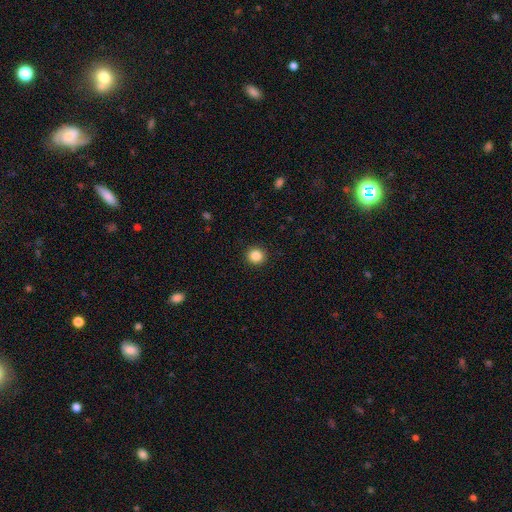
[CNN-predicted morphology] This is clearly a smooth galaxy (86%). How rounded: clearly round (94%). Merging: clearly none (93%).